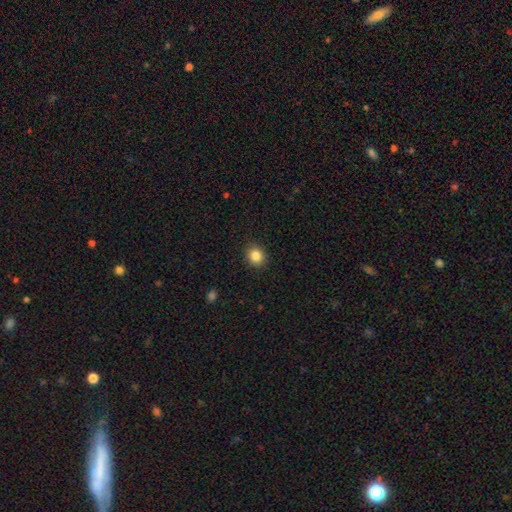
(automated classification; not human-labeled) The model was most divided on "how rounded": round: 80%, in between: 20%, cigar-shaped: 1%. More confident: merging — none (91%); smooth or featured — smooth (85%).